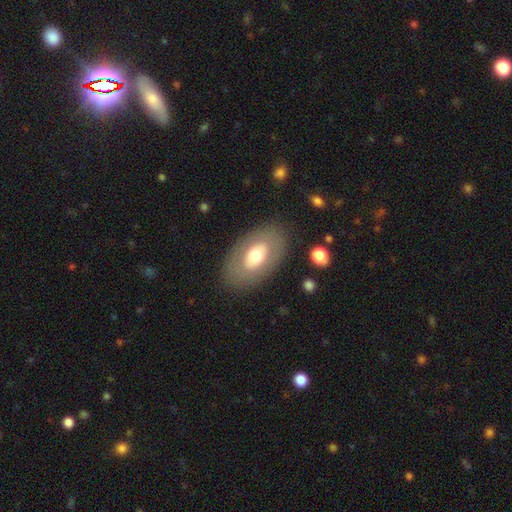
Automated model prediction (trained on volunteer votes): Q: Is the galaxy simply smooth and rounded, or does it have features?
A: smooth — 58%.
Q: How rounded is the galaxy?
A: in between — 91%.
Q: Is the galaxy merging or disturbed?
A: none — 84%.